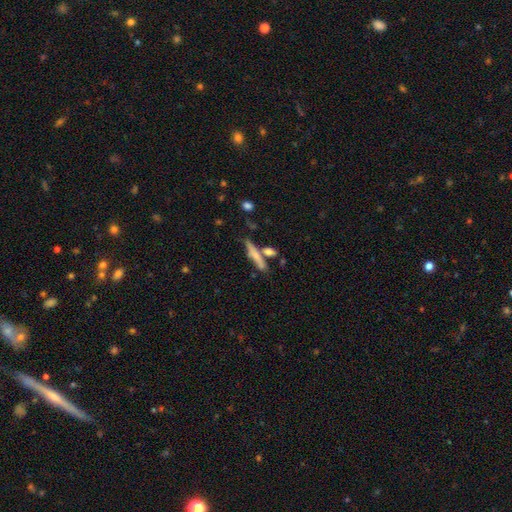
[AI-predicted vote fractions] Smooth or featured? smooth (55%)
How rounded? cigar-shaped (85%)
Merging? none (61%)